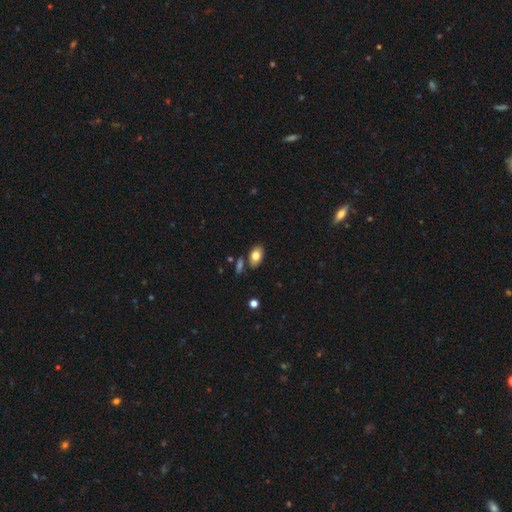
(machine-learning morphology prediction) This is likely a smooth galaxy (78%). How rounded: clearly in between (89%). Merging: likely none (79%).